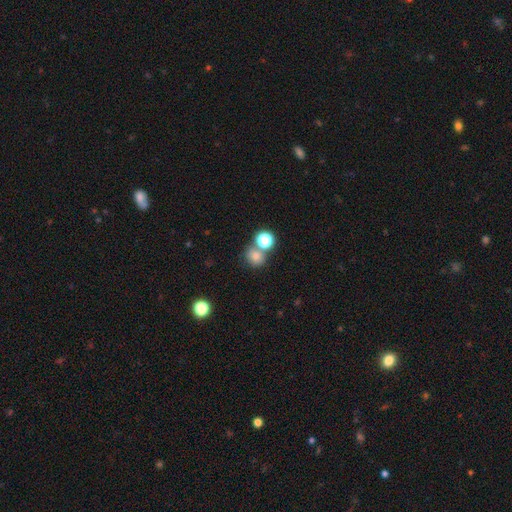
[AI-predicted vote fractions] Smooth or featured? Predicted: smooth (p=0.75). How rounded? Predicted: round (p=0.80). Merging? Predicted: none (p=0.56).